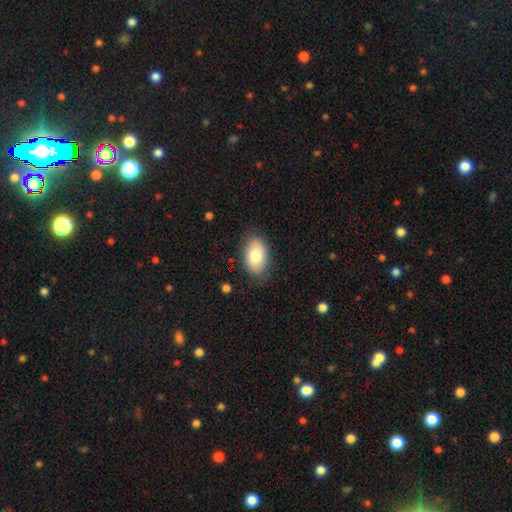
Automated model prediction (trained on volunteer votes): Smooth or featured?
  - smooth: 78% *
  - featured or disk: 15%
  - star or artifact: 7%
How rounded?
  - in between: 91% *
  - round: 8%
  - cigar-shaped: 1%
Merging?
  - none: 84% *
  - minor disturbance: 12%
  - major disturbance: 3%
  - merger: 1%